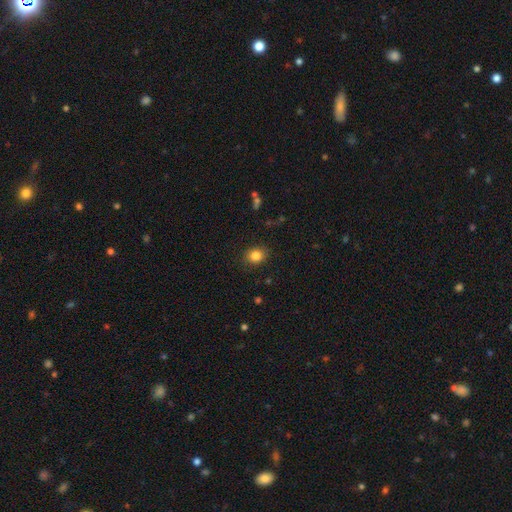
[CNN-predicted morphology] This appears to be a smooth galaxy with no disk features (84%) that is round (60%). Merging: none (88%).